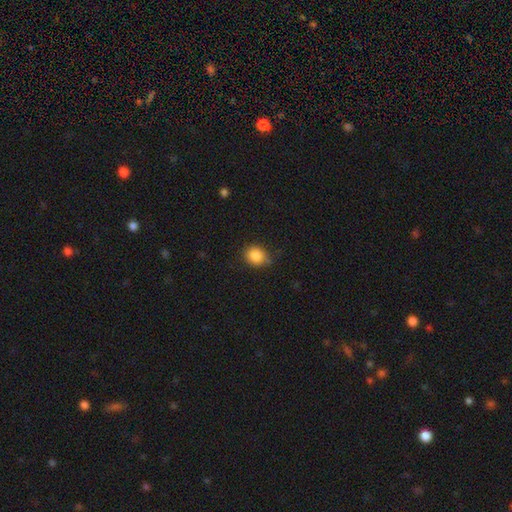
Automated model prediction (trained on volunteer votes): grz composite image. It shows a smooth galaxy with no disk features (86%) that is round (68%). Merging: none (73%).